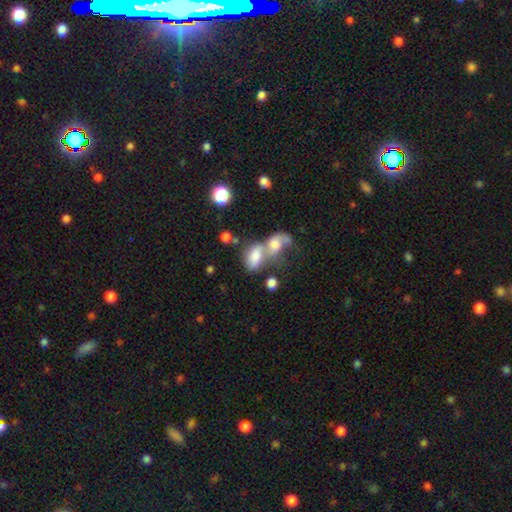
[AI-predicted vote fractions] A smooth galaxy with no disk features (67%) that is in between round and cigar-shaped (86%). Merging: merger (71%).